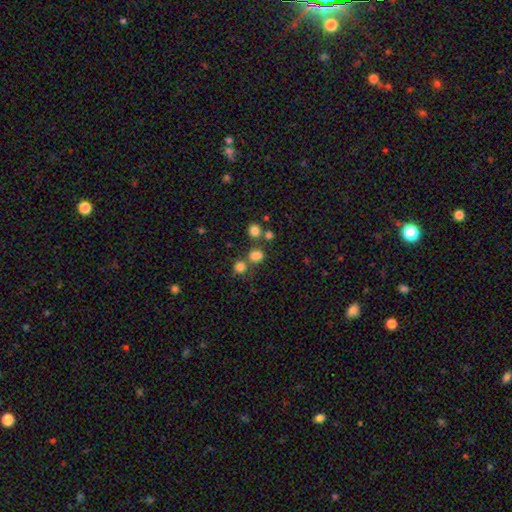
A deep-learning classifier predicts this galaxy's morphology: A smooth galaxy with no disk features (75%) that is round (77%). Merging: none (61%).